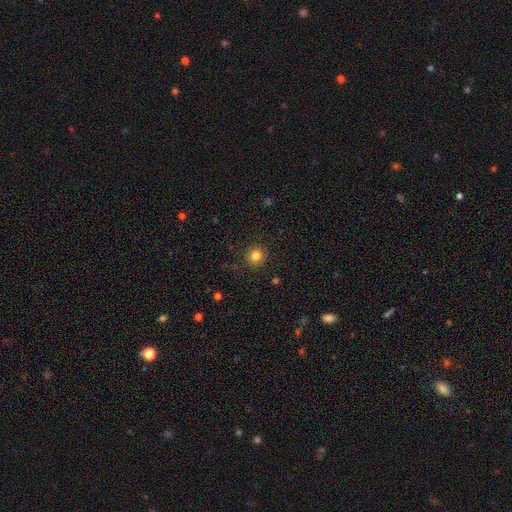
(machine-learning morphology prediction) Smooth or featured: smooth — 83% (star or artifact — 12%)
How rounded: round — 94% (in between — 5%)
Merging: none — 90% (minor disturbance — 6%)